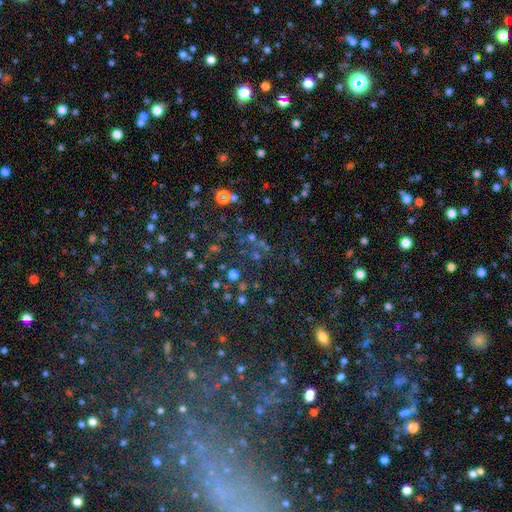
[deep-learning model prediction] A star or artifact, not a galaxy (62%).

Vote fractions:
- Smooth or featured? star or artifact: 62% / smooth: 28% / featured or disk: 10%